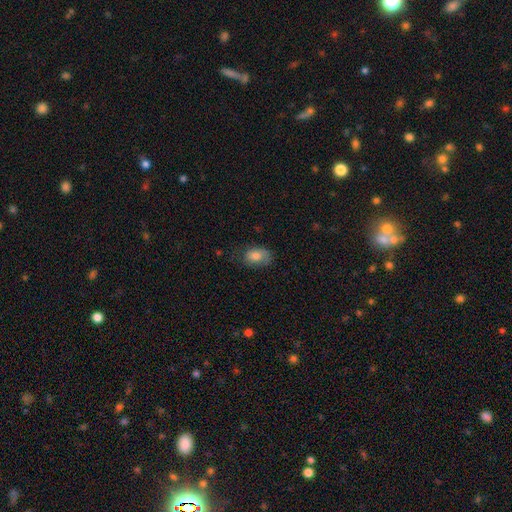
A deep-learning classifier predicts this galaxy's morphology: This appears to be a smooth galaxy with no disk features (79%) that is in between round and cigar-shaped (85%). Merging: none (58%).